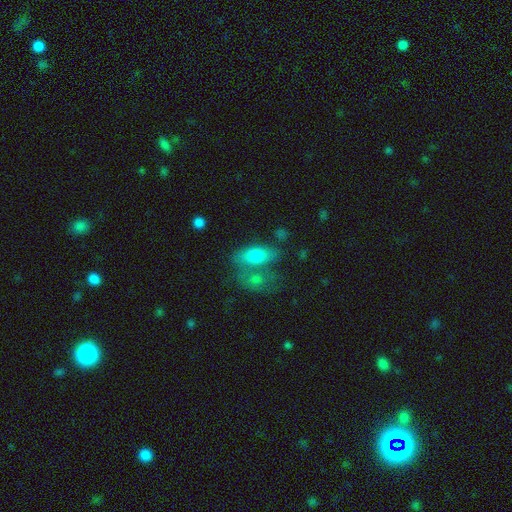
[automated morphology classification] smooth-or-featured: smooth: 71% | featured or disk: 20% | star or artifact: 9%
  how-rounded: in between: 83% | cigar-shaped: 9% | round: 8%
  merging: merger: 43% | none: 35% | minor disturbance: 13% | major disturbance: 9%